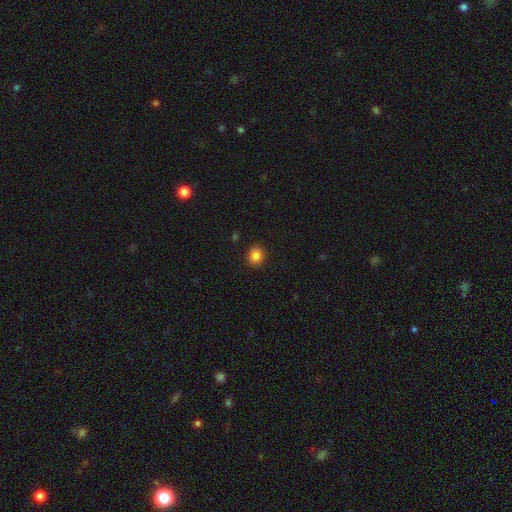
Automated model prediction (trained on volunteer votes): A smooth galaxy with no disk features (85%) that is round (75%).

Vote fractions:
- Smooth or featured? smooth: 85% / star or artifact: 11% / featured or disk: 4%
- How rounded? round: 75% / in between: 24% / cigar-shaped: 1%
- Merging? none: 89% / minor disturbance: 7% / major disturbance: 2% / merger: 1%